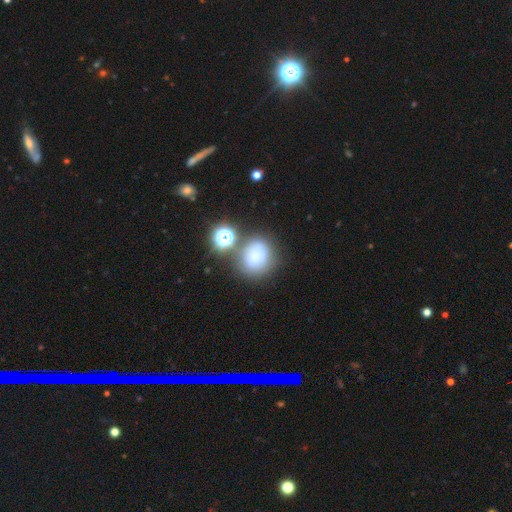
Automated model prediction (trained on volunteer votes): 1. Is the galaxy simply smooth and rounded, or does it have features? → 73% smooth, 16% star or artifact, 11% featured or disk.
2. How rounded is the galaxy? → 75% round, 24% in between, 1% cigar-shaped.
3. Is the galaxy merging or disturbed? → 58% none, 17% minor disturbance, 17% merger, 8% major disturbance.